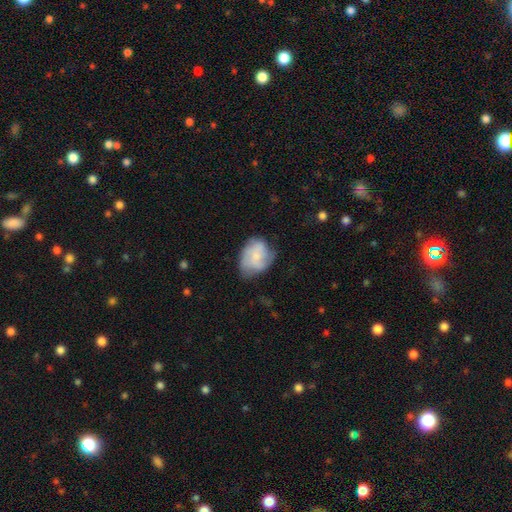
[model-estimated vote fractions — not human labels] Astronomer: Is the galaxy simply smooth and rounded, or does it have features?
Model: featured or disk — 49% (runner-up: smooth, 44%).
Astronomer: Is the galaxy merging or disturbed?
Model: none — 52% (runner-up: minor disturbance, 31%).